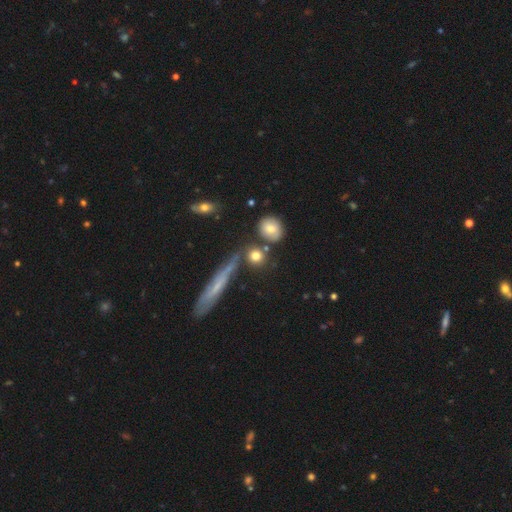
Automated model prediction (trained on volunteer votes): Smooth or featured? smooth (78%)
How rounded? round (80%)
Merging? none (74%)